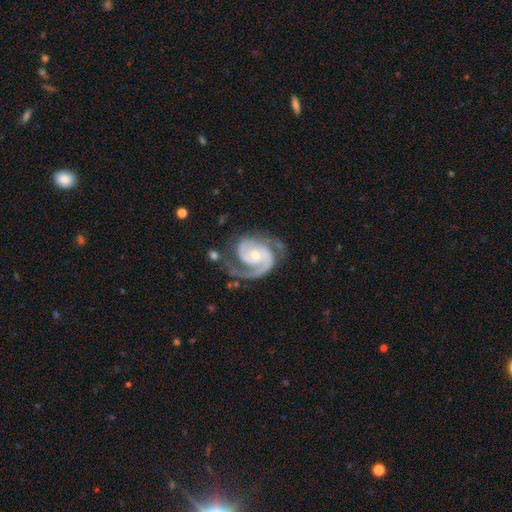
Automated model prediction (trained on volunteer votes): A featured or disk galaxy (91%) with no bar (63%), 2 (72%) medium (46%) spiral arms (98%) and a small central bulge (59%).

Vote fractions:
- Smooth or featured? featured or disk: 91% / smooth: 5% / star or artifact: 4%
- Edge-on disk? no: 98% / yes: 2%
- Bar? no: 63% / weak: 29% / strong: 8%
- Spiral arms? yes: 98% / no: 2%
- Spiral winding? medium: 46% / tight: 44% / loose: 10%
- Spiral arm count? 2: 72% / 1: 15% / 3: 6% / can't tell: 4% / 4: 2% / more than 4: 2%
- Bulge size? small: 59% / moderate: 34% / none: 3% / large: 3% / dominant: 1%
- Merging? none: 61% / minor disturbance: 20% / major disturbance: 16% / merger: 3%